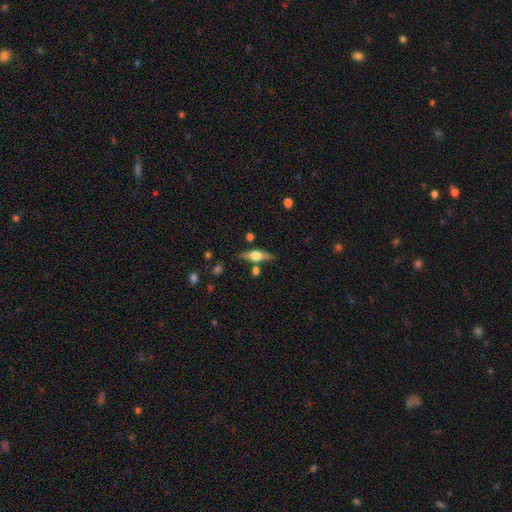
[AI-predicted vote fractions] smooth_or_featured: featured or disk (p=0.62) [alt: smooth p=0.31]
disk_edge_on: yes (p=0.94) [alt: no p=0.06]
edge_on_bulge: rounded (p=0.92) [alt: boxy p=0.06]
merging: none (p=0.76) [alt: minor disturbance p=0.13]